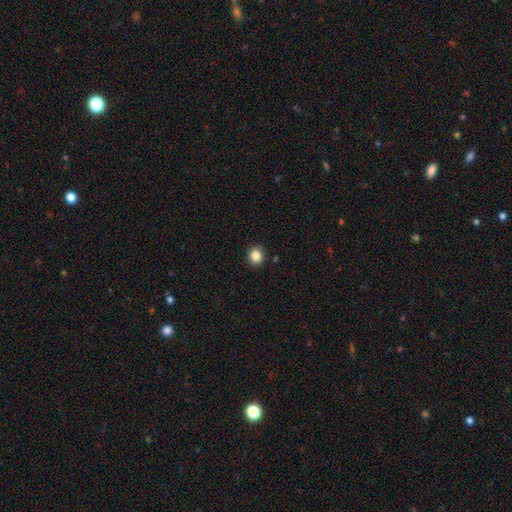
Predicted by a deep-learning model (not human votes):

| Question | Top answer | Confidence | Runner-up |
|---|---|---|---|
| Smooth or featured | smooth | 85% | star or artifact (10%) |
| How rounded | round | 70% | in between (29%) |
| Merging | none | 90% | minor disturbance (7%) |